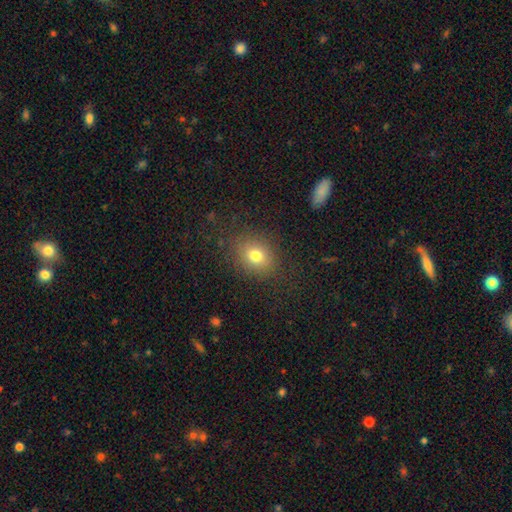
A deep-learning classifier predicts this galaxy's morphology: Smooth or featured? smooth (76%)
How rounded? round (56%)
Merging? none (83%)